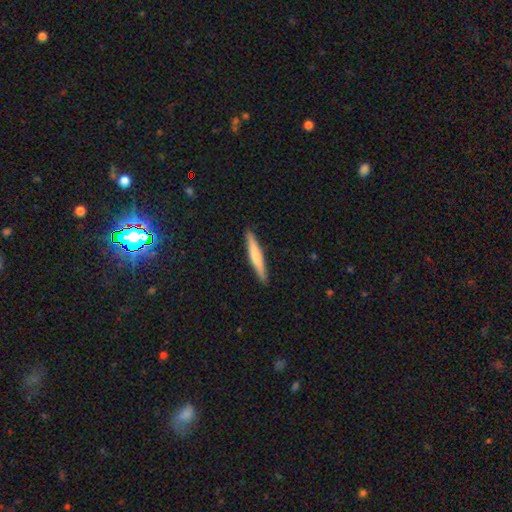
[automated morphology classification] smooth_or_featured: smooth (p=0.60) [alt: featured or disk p=0.34]
how_rounded: cigar-shaped (p=0.94) [alt: in between p=0.05]
merging: none (p=0.91) [alt: minor disturbance p=0.07]